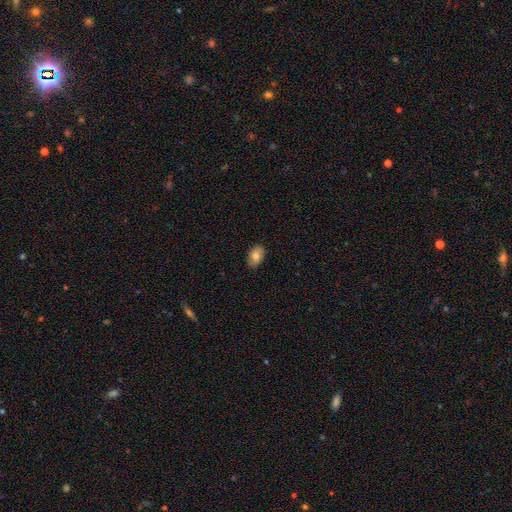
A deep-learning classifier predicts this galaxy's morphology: smooth 74%, featured or disk 19%, star or artifact 8%. Down the decision tree: how rounded — in between (89%); merging — none (85%).